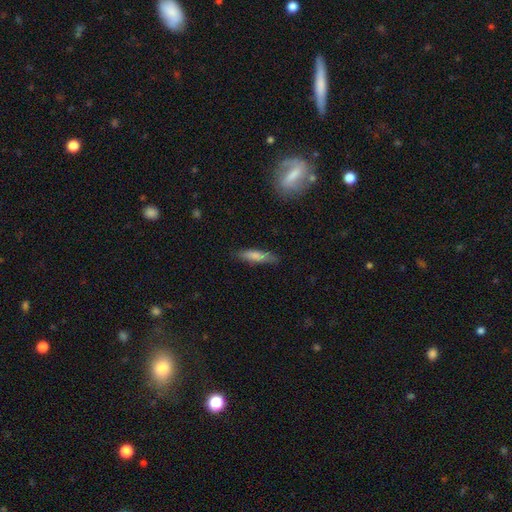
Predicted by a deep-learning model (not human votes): This is likely a smooth galaxy (77%). How rounded: likely cigar-shaped (75%). Merging: likely none (78%).